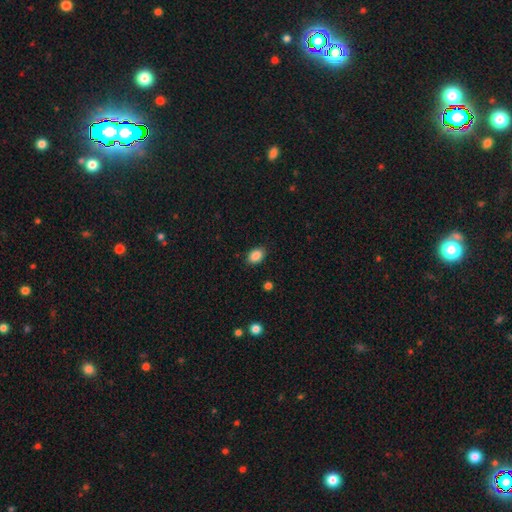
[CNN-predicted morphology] A smooth galaxy with no disk features (88%) that is in between round and cigar-shaped (80%). Merging: none (87%).